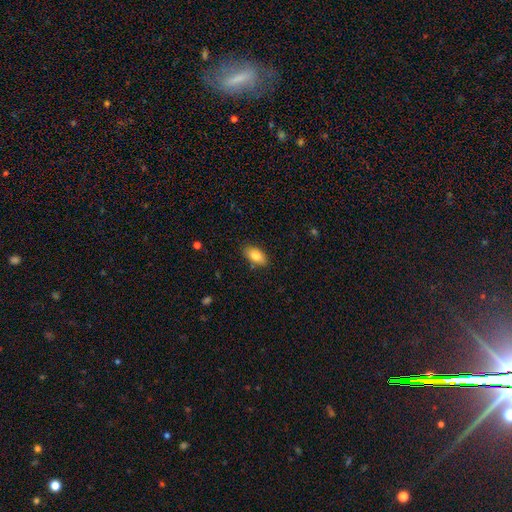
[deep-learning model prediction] Smooth or featured? smooth (82%)
How rounded? in between (91%)
Merging? none (85%)